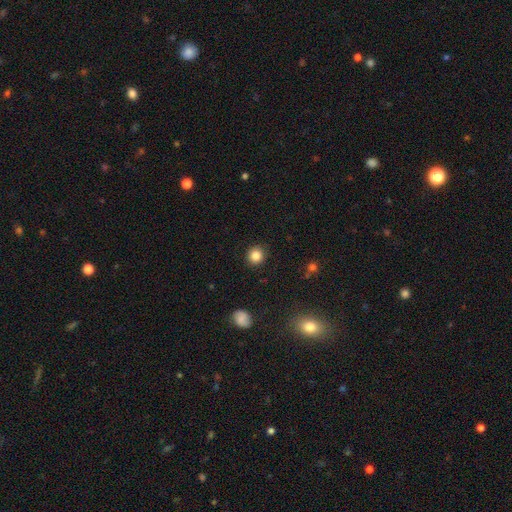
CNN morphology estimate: Smooth or featured? smooth (84%)
How rounded? round (90%)
Merging? none (90%)